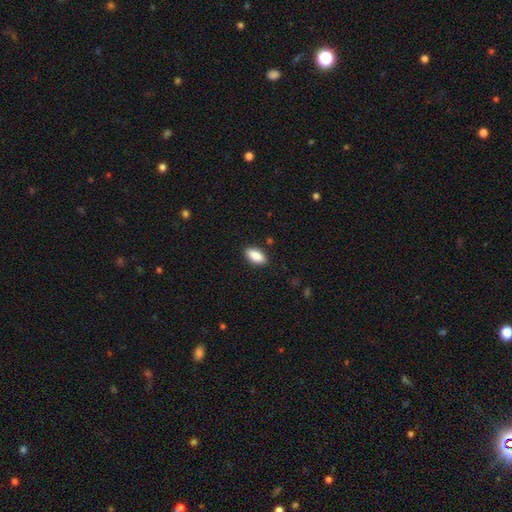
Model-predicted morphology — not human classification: smooth-or-featured: smooth: 88% | star or artifact: 7% | featured or disk: 5%
  how-rounded: in between: 90% | cigar-shaped: 7% | round: 3%
  merging: none: 88% | minor disturbance: 9% | major disturbance: 2% | merger: 1%